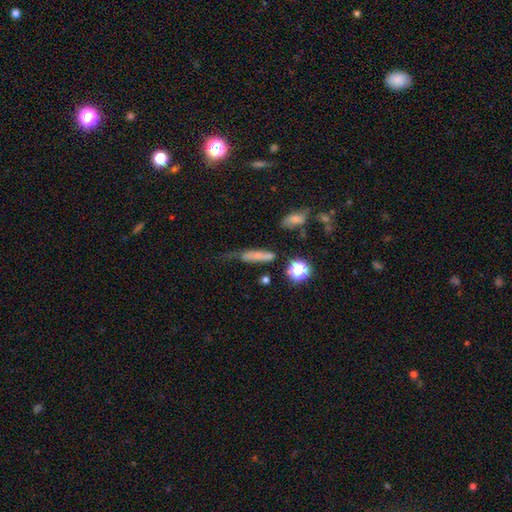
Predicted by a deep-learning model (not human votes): This appears to be a smooth galaxy with no disk features (65%) that is cigar-shaped (67%). Merging: none (42%).